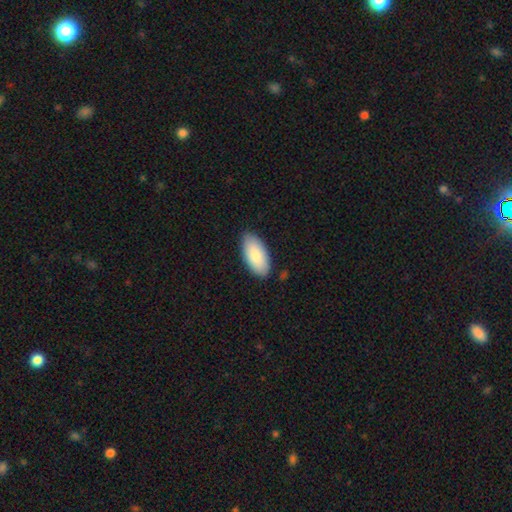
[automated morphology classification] Overall: smooth (85%). How rounded: in between (94%). Merging: none (84%).